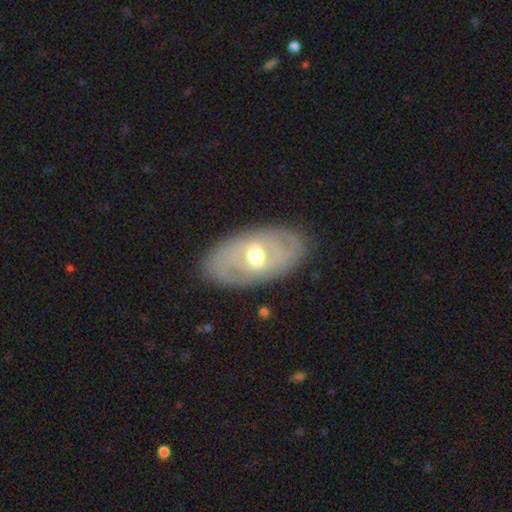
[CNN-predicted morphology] smooth_or_featured: featured or disk (p=0.72) [alt: smooth p=0.22]
disk_edge_on: no (p=0.90) [alt: yes p=0.10]
bar: weak (p=0.46) [alt: strong p=0.30]
has_spiral_arms: yes (p=0.53) [alt: no p=0.47]
bulge_size: moderate (p=0.72) [alt: small p=0.15]
merging: none (p=0.83) [alt: minor disturbance p=0.11]